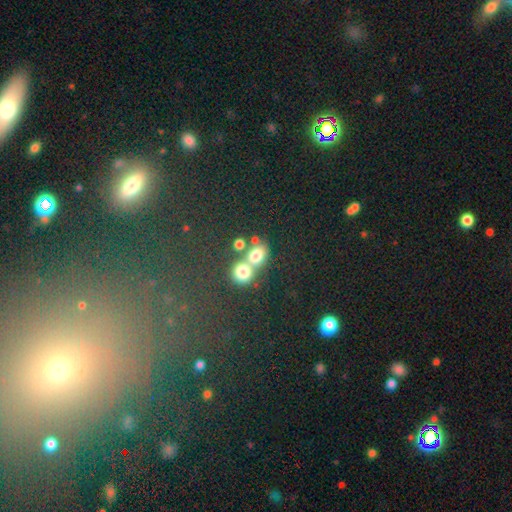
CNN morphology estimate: Smooth or featured?
  - smooth: 74% *
  - star or artifact: 14%
  - featured or disk: 12%
How rounded?
  - round: 64% *
  - in between: 34%
  - cigar-shaped: 1%
Merging?
  - merger: 53% *
  - none: 35%
  - minor disturbance: 7%
  - major disturbance: 5%